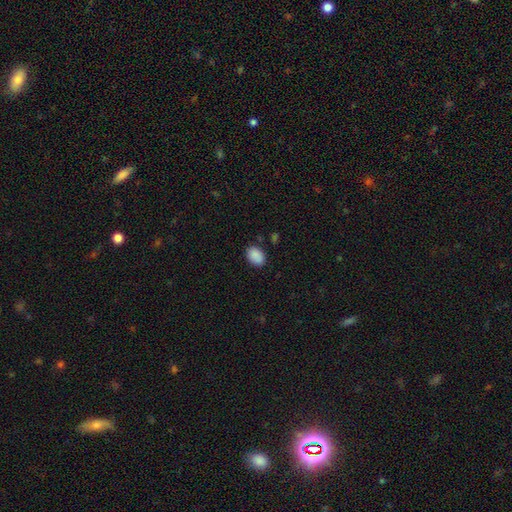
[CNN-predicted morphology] smooth_or_featured: smooth (p=0.89) [alt: star or artifact p=0.08]
how_rounded: in between (p=0.76) [alt: round p=0.23]
merging: none (p=0.82) [alt: minor disturbance p=0.13]